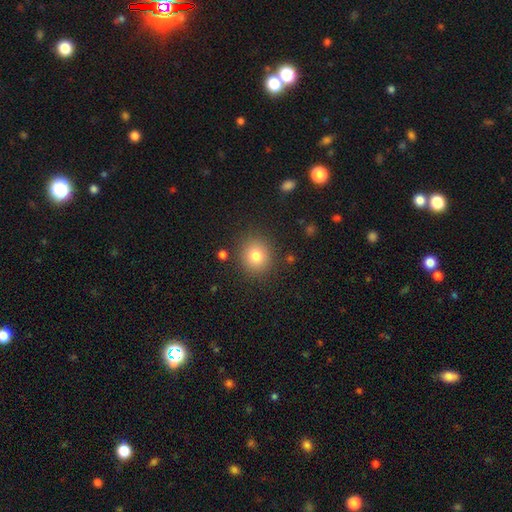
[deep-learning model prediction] smooth 79%, star or artifact 12%, featured or disk 9%. Down the decision tree: how rounded — round (86%); merging — none (87%).